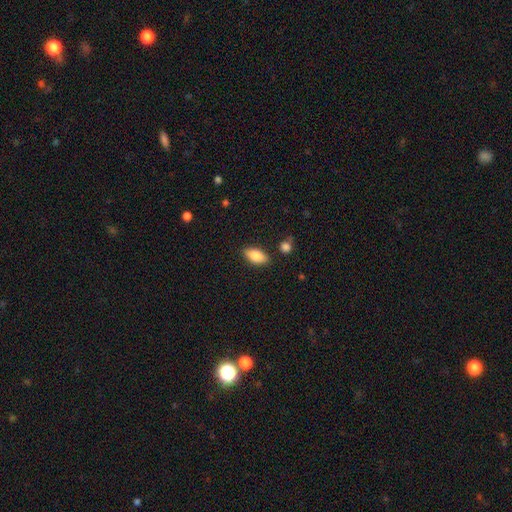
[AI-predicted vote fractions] Overall: smooth (84%). How rounded: in between (89%). Merging: none (83%).